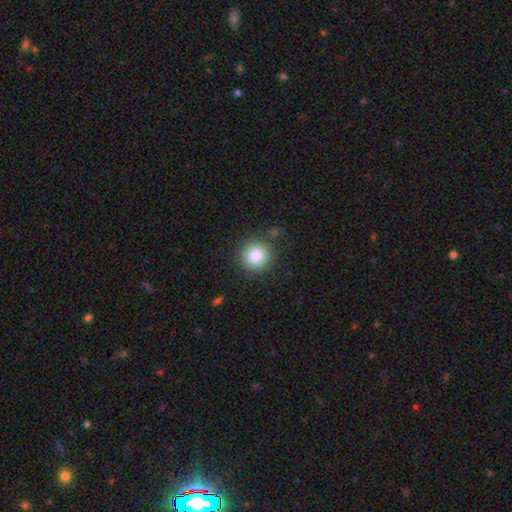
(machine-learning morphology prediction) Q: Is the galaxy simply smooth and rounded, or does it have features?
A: smooth — 87%.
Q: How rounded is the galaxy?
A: round — 94%.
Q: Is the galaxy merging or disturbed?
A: none — 84%.